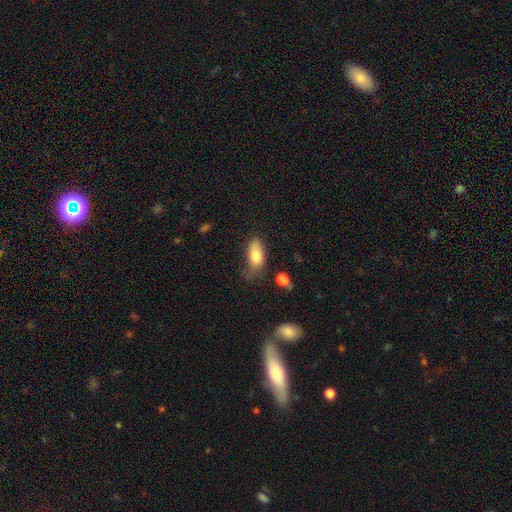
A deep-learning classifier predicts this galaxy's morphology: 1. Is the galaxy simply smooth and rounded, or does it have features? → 81% smooth, 12% featured or disk, 7% star or artifact.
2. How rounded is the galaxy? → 91% in between, 5% cigar-shaped, 4% round.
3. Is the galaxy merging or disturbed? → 42% none, 36% minor disturbance, 17% major disturbance, 5% merger.